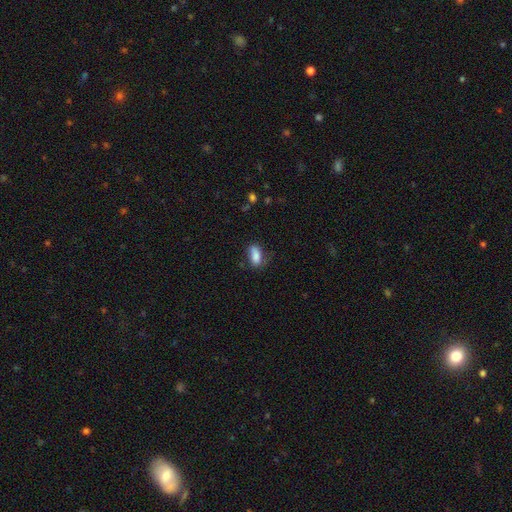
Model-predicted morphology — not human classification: This appears to be a smooth galaxy with no disk features (83%) that is in between round and cigar-shaped (83%). Merging: none (58%).